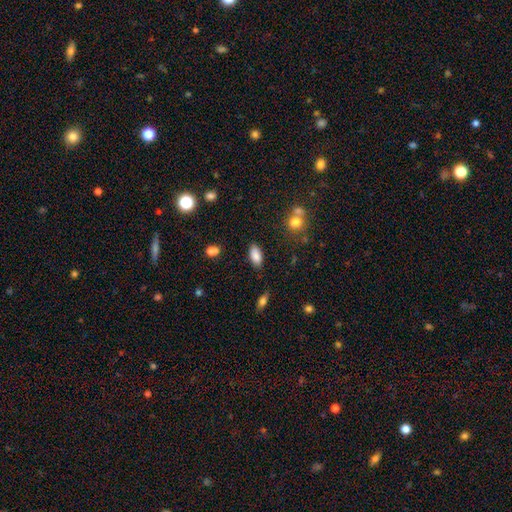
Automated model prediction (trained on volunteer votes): The model was most divided on "merging": none: 83%, minor disturbance: 12%, major disturbance: 3%, merger: 3%. More confident: how rounded — in between (89%); smooth or featured — smooth (85%).